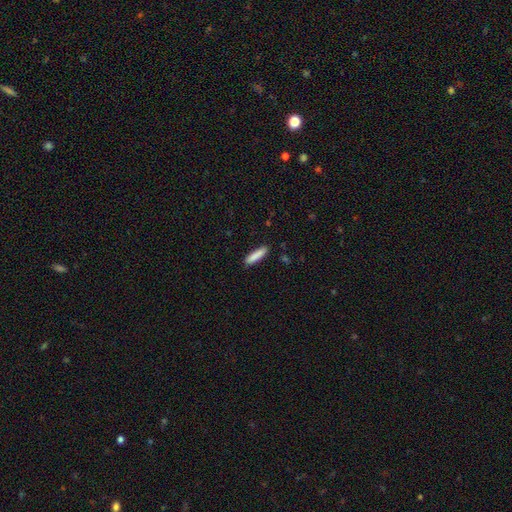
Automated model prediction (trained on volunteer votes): The model was most divided on "how rounded": cigar-shaped: 80%, in between: 19%, round: 1%. More confident: merging — none (88%); smooth or featured — smooth (87%).